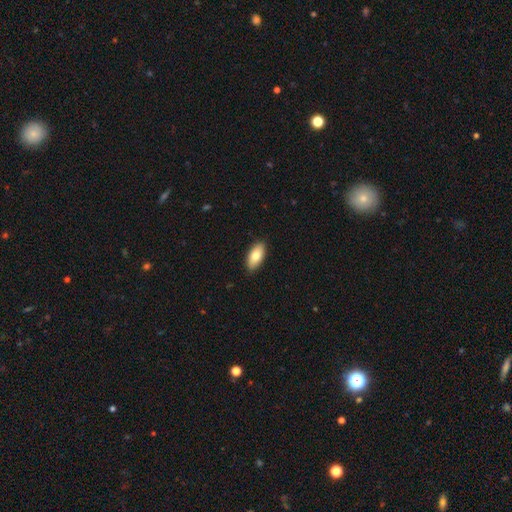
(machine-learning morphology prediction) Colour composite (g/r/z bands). It shows a smooth galaxy with no disk features (79%) that is in between round and cigar-shaped (90%). Merging: none (89%).